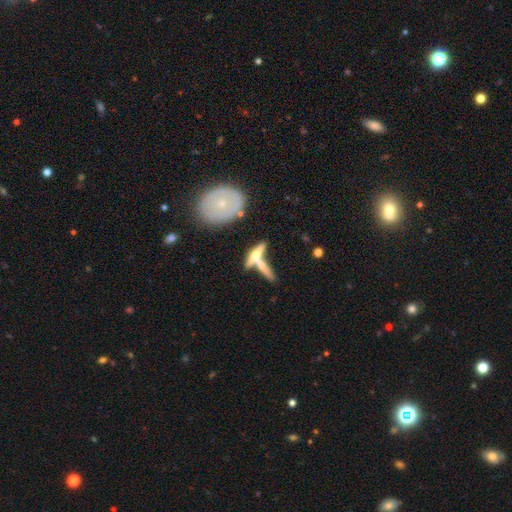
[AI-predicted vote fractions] Morphology: type=featured or disk (53%); edge-on=yes (80%); merging=none (43%).